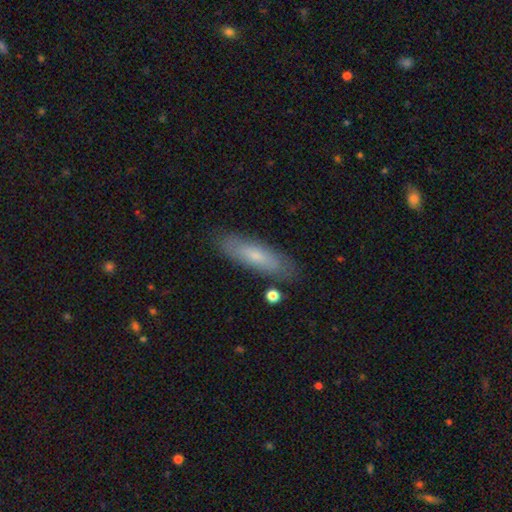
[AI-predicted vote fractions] Smooth or featured? smooth (66%)
How rounded? cigar-shaped (62%)
Merging? none (84%)